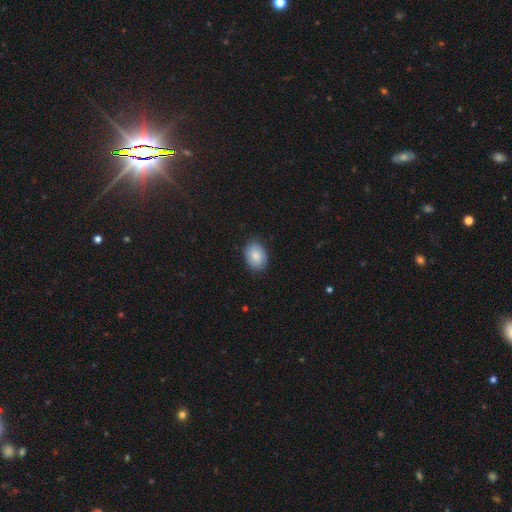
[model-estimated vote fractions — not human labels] The model was most divided on "how rounded": in between: 73%, round: 26%, cigar-shaped: 1%. More confident: merging — none (83%); smooth or featured — smooth (83%).